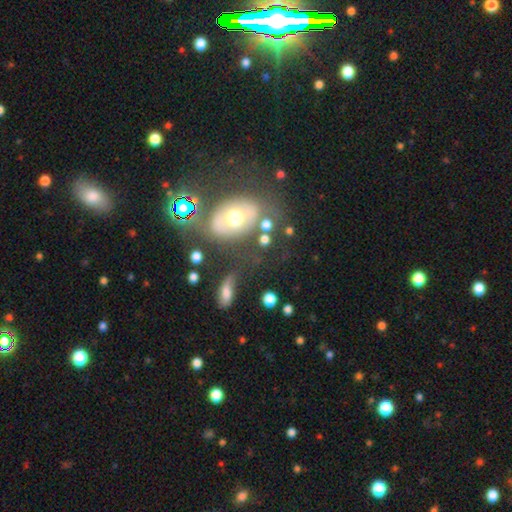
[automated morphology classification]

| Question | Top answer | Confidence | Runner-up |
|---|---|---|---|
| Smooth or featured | featured or disk | 44% | star or artifact (30%) |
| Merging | none | 64% | minor disturbance (15%) |